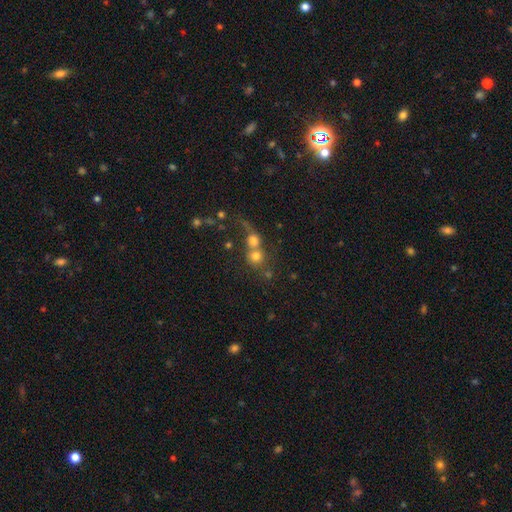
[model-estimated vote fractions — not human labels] A smooth galaxy with no disk features (68%) that is round (85%). Merging: merger (59%).